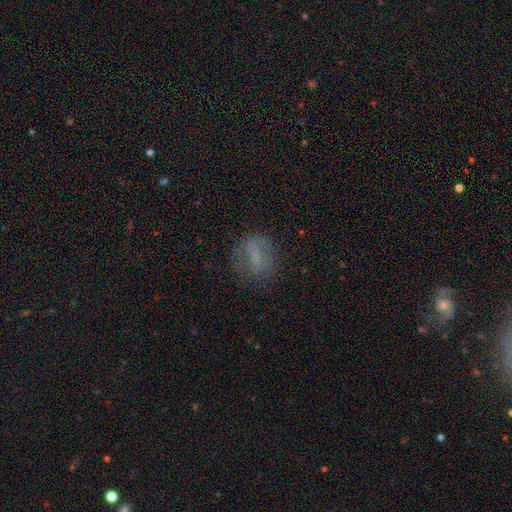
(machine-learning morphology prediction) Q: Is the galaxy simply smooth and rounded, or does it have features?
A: smooth — 55%.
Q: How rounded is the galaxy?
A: in between — 49%.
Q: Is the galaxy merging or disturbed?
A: none — 70%.